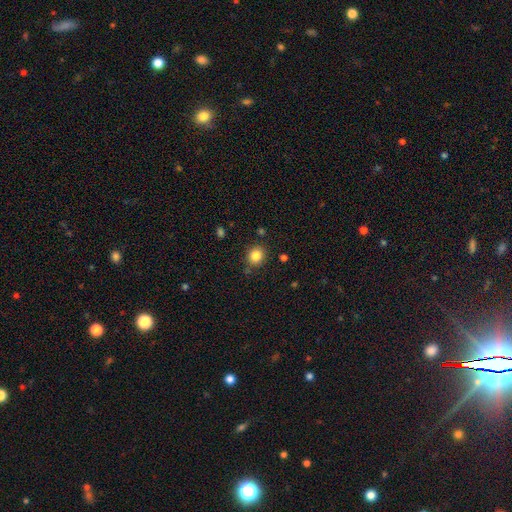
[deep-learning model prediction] A smooth galaxy with no disk features (84%) that is round (81%).

Vote fractions:
- Smooth or featured? smooth: 84% / star or artifact: 11% / featured or disk: 5%
- How rounded? round: 81% / in between: 18% / cigar-shaped: 1%
- Merging? none: 83% / minor disturbance: 11% / merger: 4% / major disturbance: 3%